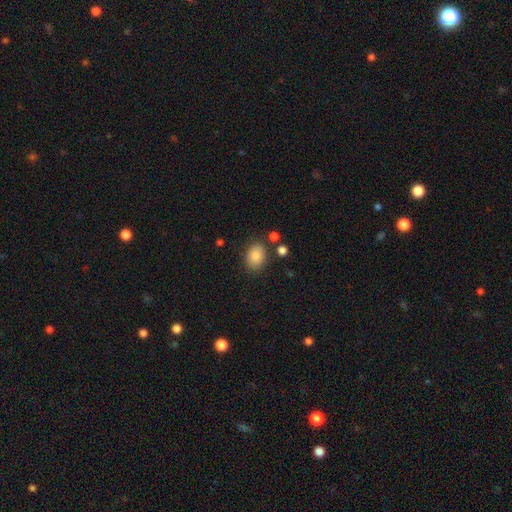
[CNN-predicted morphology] smooth-or-featured: smooth: 85% | star or artifact: 9% | featured or disk: 6%
  how-rounded: in between: 66% | round: 33% | cigar-shaped: 1%
  merging: none: 78% | minor disturbance: 13% | merger: 5% | major disturbance: 4%